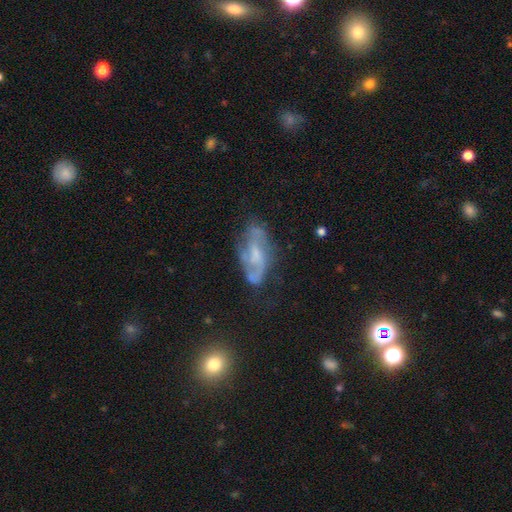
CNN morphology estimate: The model was most divided on "bar": no: 45%, weak: 44%, strong: 11%. Remaining: edge-on disk — no (93%); spiral arms — yes (83%); smooth or featured — featured or disk (73%); spiral arm count — 2 (59%); merging — none (57%); spiral winding — medium (46%); bulge size — small (42%).